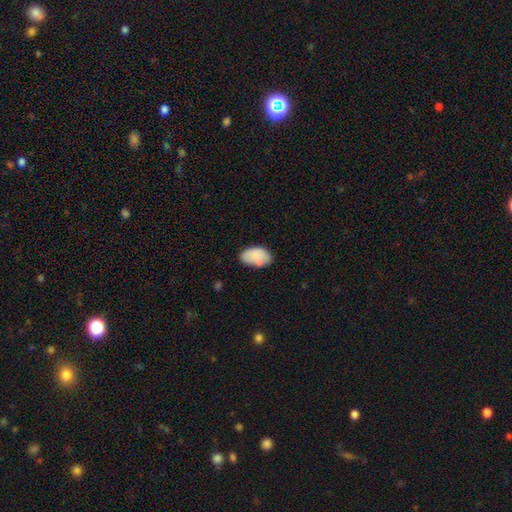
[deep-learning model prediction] Smooth or featured: smooth — 80% (featured or disk — 13%)
How rounded: in between — 93% (round — 6%)
Merging: none — 64% (minor disturbance — 22%)